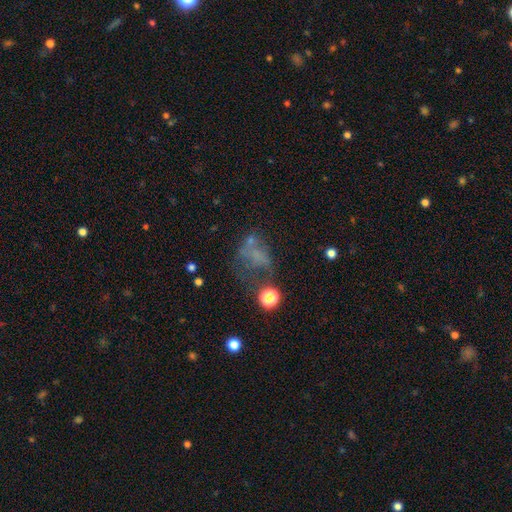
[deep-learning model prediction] Overall: smooth (42%; featured or disk 32%). Merging: major disturbance (37%; none 32%).